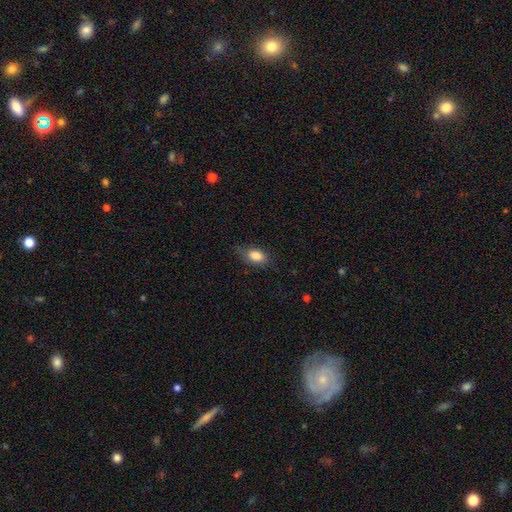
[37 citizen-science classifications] A smooth galaxy with no disk features (89%) that is in between round and cigar-shaped (94%).

Vote fractions:
- Smooth or featured? smooth: 89% / featured or disk: 5% / star or artifact: 5%
- How rounded? in between: 94% / round: 6% / cigar-shaped: 0%
- Merging? none: 69% / minor disturbance: 20% / major disturbance: 11% / merger: 0%